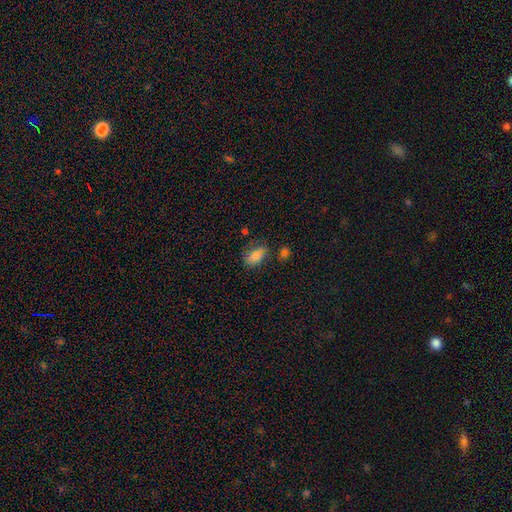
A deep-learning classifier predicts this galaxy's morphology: This is likely a smooth galaxy (78%). How rounded: clearly in between (84%). Merging: likely none (66%).